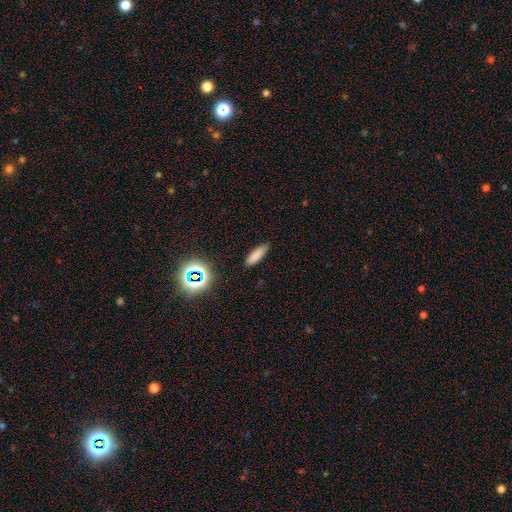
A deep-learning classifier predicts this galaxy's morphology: A smooth galaxy with no disk features (79%) that is cigar-shaped (51%).

Vote fractions:
- Smooth or featured? smooth: 79% / star or artifact: 14% / featured or disk: 7%
- How rounded? cigar-shaped: 51% / in between: 46% / round: 3%
- Merging? none: 85% / minor disturbance: 11% / major disturbance: 3% / merger: 2%